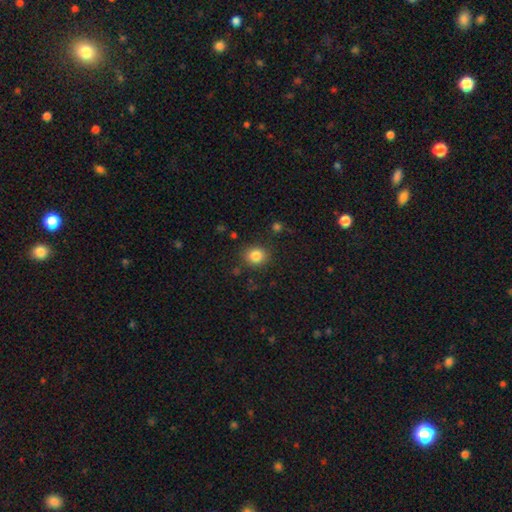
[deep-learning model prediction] Smooth or featured? smooth (84%)
How rounded? round (76%)
Merging? none (84%)